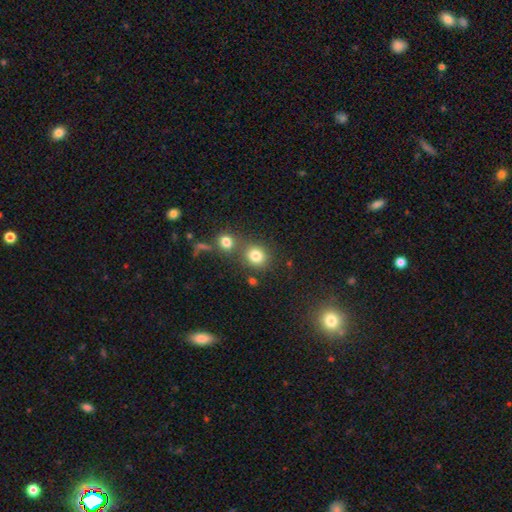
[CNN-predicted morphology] Smooth or featured? smooth (81%)
How rounded? round (82%)
Merging? none (65%)